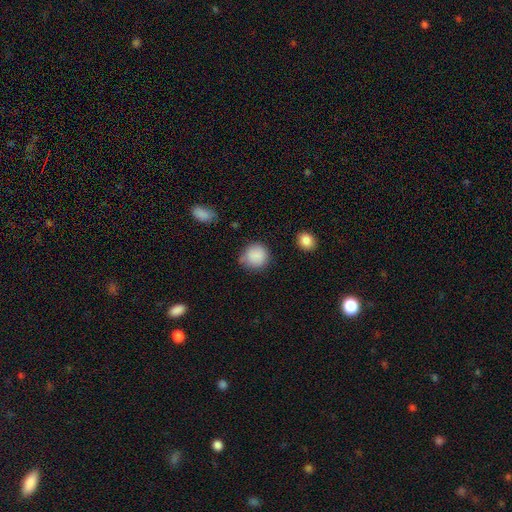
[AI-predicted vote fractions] Overall: smooth (88%). How rounded: round (89%). Merging: none (74%).